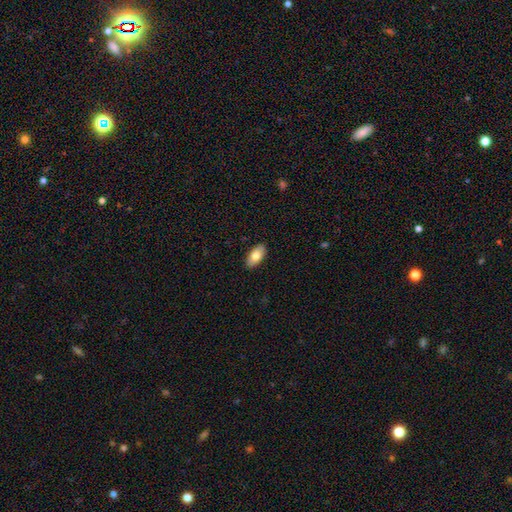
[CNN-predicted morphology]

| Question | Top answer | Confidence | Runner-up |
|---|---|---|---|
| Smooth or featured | smooth | 79% | featured or disk (15%) |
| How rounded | in between | 93% | cigar-shaped (5%) |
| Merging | none | 90% | minor disturbance (8%) |